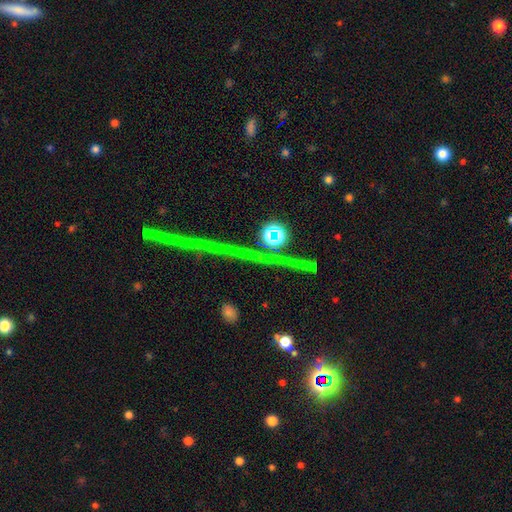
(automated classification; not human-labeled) Smooth or featured? star or artifact (73%)